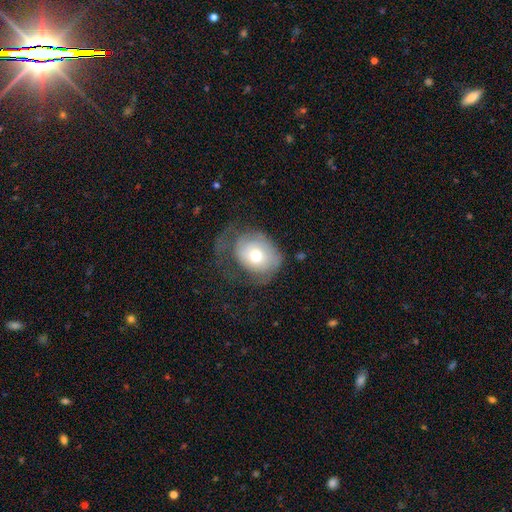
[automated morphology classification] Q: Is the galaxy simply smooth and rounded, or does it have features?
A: smooth — 50%.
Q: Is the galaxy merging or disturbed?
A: major disturbance — 39%.